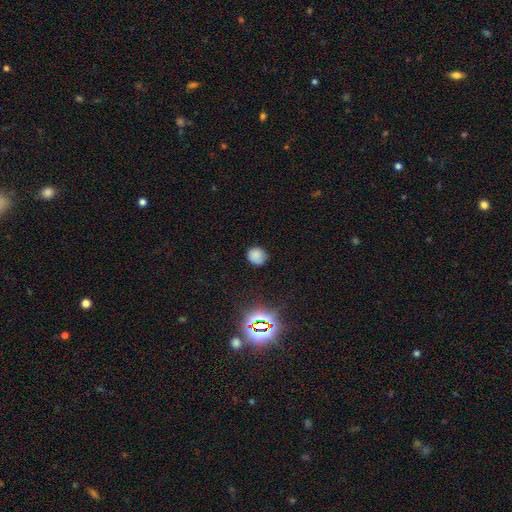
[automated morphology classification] smooth-or-featured: smooth: 78% | star or artifact: 16% | featured or disk: 6%
  how-rounded: round: 83% | in between: 16% | cigar-shaped: 1%
  merging: none: 78% | minor disturbance: 16% | major disturbance: 4% | merger: 1%